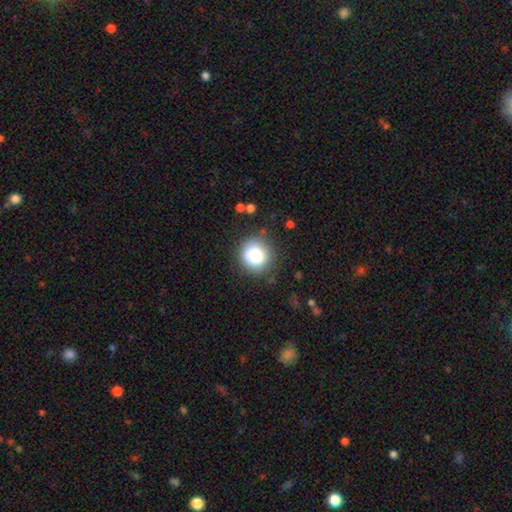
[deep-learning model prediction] smooth-or-featured: smooth: 82% | star or artifact: 10% | featured or disk: 9%
  how-rounded: round: 91% | in between: 8% | cigar-shaped: 1%
  merging: none: 79% | minor disturbance: 14% | major disturbance: 5% | merger: 2%